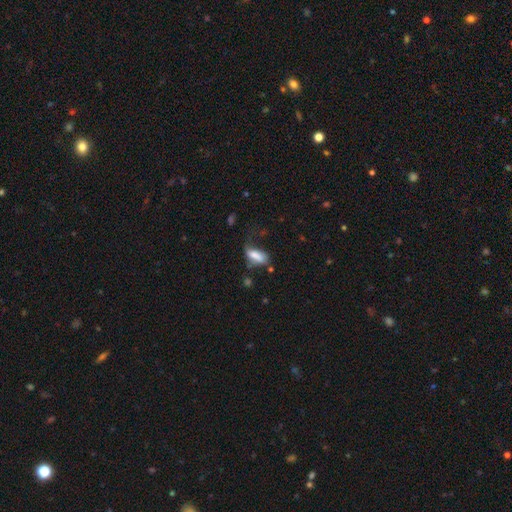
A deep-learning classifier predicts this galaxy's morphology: Smooth or featured?
  - smooth: 71% *
  - featured or disk: 19%
  - star or artifact: 9%
How rounded?
  - in between: 80% *
  - cigar-shaped: 17%
  - round: 4%
Merging?
  - major disturbance: 34% *
  - minor disturbance: 29%
  - none: 29%
  - merger: 7%